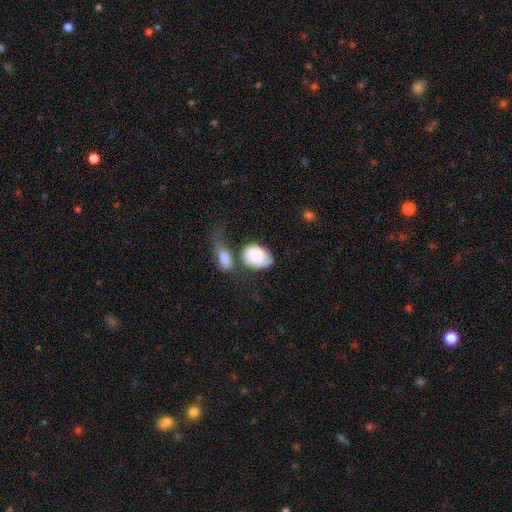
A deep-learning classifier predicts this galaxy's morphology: smooth-or-featured: smooth: 70% | featured or disk: 23% | star or artifact: 6%
  how-rounded: in between: 78% | round: 21% | cigar-shaped: 1%
  merging: merger: 29% | none: 26% | major disturbance: 22% | minor disturbance: 22%